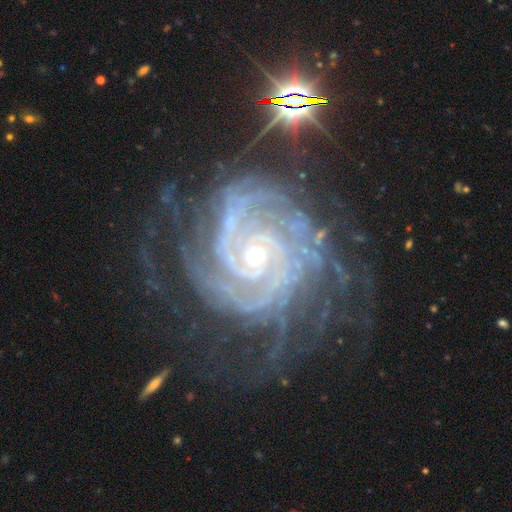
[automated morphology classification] smooth_or_featured: featured or disk (p=0.92) [alt: star or artifact p=0.06]
disk_edge_on: no (p=0.98) [alt: yes p=0.02]
bar: no (p=0.69) [alt: weak p=0.21]
has_spiral_arms: yes (p=0.98) [alt: no p=0.02]
spiral_winding: tight (p=0.81) [alt: medium p=0.16]
spiral_arm_count: can't tell (p=0.21) [alt: 2 p=0.20]
bulge_size: small (p=0.58) [alt: moderate p=0.38]
merging: none (p=0.65) [alt: minor disturbance p=0.19]